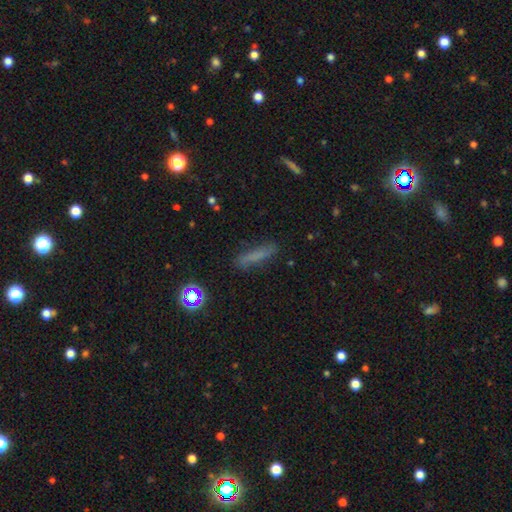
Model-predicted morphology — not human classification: Q: Smooth or featured?
A: smooth (65%); runner-up: featured or disk (21%)
Q: How rounded?
A: cigar-shaped (86%); runner-up: in between (12%)
Q: Merging?
A: none (80%); runner-up: minor disturbance (14%)